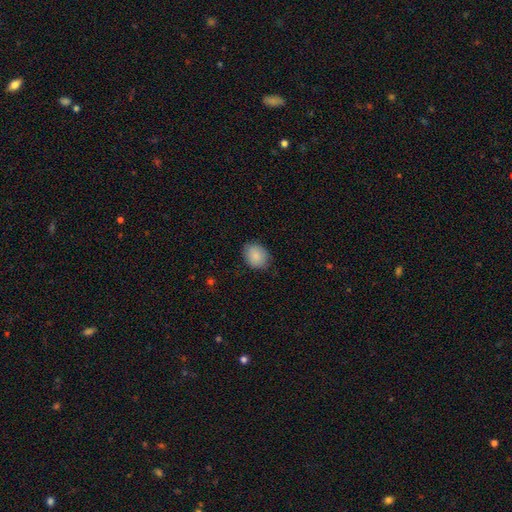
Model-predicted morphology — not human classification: Smooth or featured? Predicted: smooth (p=0.88). How rounded? Predicted: in between (p=0.57). Merging? Predicted: none (p=0.81).